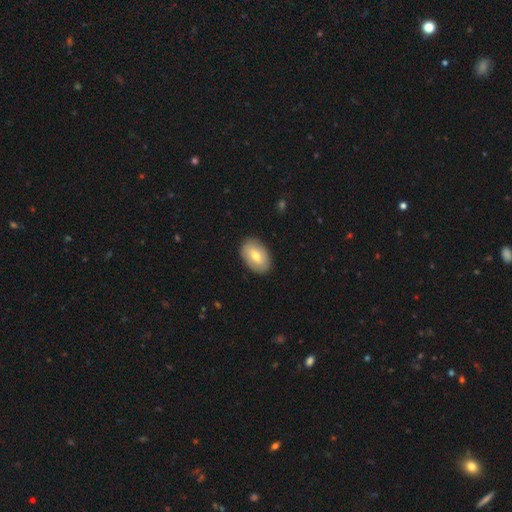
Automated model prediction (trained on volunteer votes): Overall: smooth (65%; featured or disk 29%). How rounded: in between (89%). Merging: none (87%).